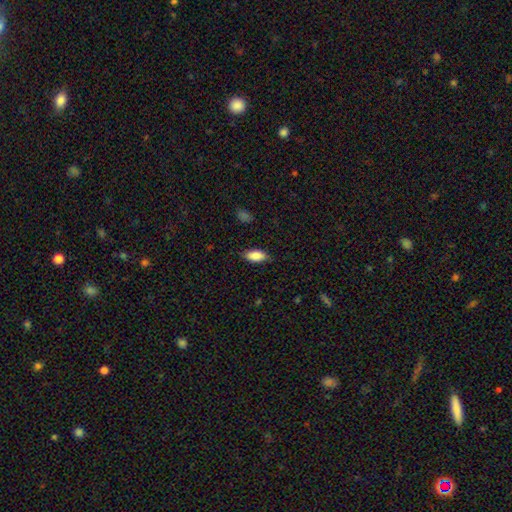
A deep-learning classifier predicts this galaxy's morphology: Q: Smooth or featured?
A: smooth (87%); runner-up: star or artifact (7%)
Q: How rounded?
A: in between (89%); runner-up: cigar-shaped (9%)
Q: Merging?
A: none (81%); runner-up: minor disturbance (15%)